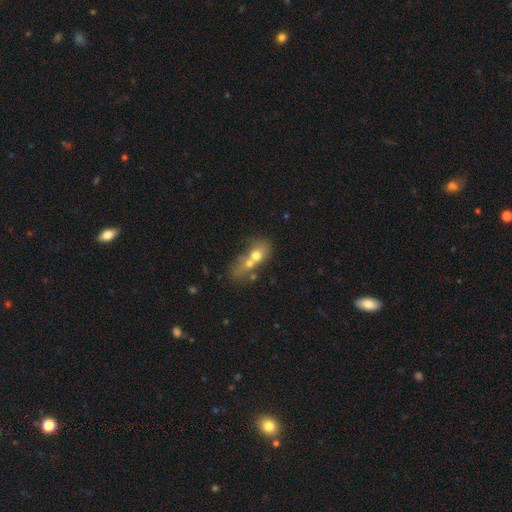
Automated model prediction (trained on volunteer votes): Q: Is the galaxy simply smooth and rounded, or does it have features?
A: smooth — 57%.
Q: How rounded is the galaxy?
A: in between — 51%.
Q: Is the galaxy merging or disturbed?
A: merger — 69%.